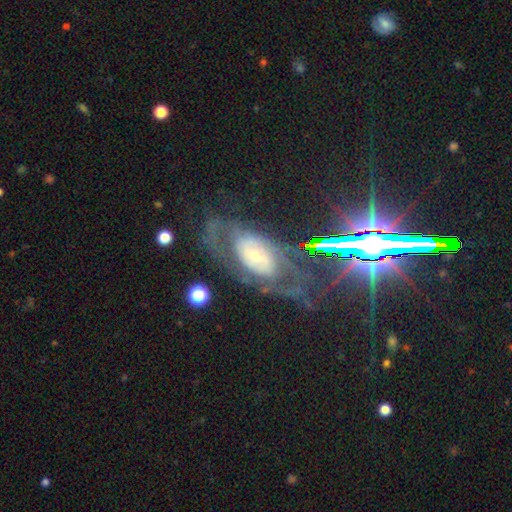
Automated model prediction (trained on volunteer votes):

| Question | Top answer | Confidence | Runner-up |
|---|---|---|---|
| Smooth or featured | featured or disk | 73% | smooth (14%) |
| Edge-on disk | no | 92% | yes (8%) |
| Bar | no | 60% | weak (29%) |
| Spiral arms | yes | 80% | no (20%) |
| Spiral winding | tight | 51% | medium (34%) |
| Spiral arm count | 2 | 42% | can't tell (40%) |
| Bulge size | small | 50% | moderate (42%) |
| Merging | none | 57% | major disturbance (21%) |